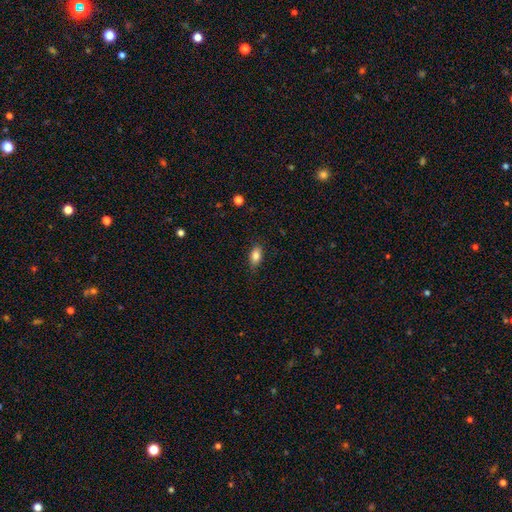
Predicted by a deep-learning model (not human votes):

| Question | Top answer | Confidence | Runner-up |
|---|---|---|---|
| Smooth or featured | smooth | 84% | featured or disk (8%) |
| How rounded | in between | 89% | round (7%) |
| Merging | none | 84% | minor disturbance (13%) |